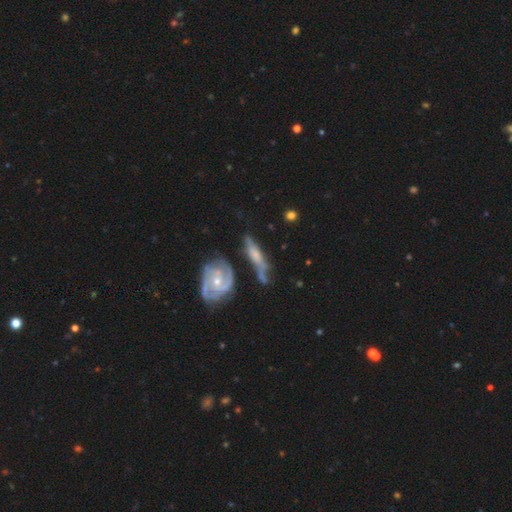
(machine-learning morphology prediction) Smooth or featured?
  - featured or disk: 69% *
  - smooth: 24%
  - star or artifact: 7%
Edge-on disk?
  - no: 71% *
  - yes: 29%
Merging?
  - none: 42% *
  - minor disturbance: 23%
  - merger: 20%
  - major disturbance: 15%